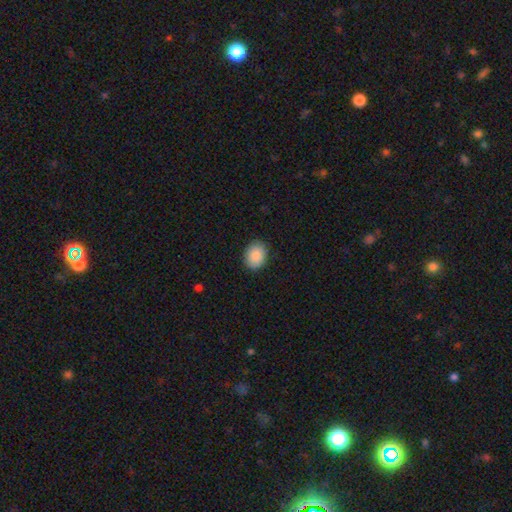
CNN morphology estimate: Smooth or featured?
  - smooth: 89% *
  - star or artifact: 7%
  - featured or disk: 4%
How rounded?
  - in between: 60% *
  - round: 39%
  - cigar-shaped: 1%
Merging?
  - none: 86% *
  - minor disturbance: 11%
  - major disturbance: 2%
  - merger: 1%